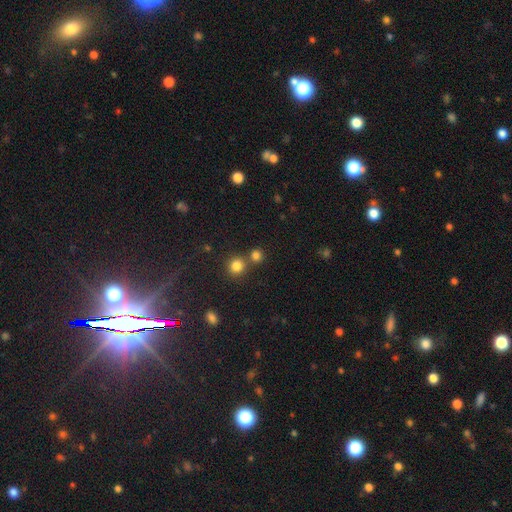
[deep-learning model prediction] Smooth or featured?
  - smooth: 78% *
  - star or artifact: 17%
  - featured or disk: 5%
How rounded?
  - round: 89% *
  - in between: 10%
  - cigar-shaped: 1%
Merging?
  - none: 64% *
  - merger: 27%
  - minor disturbance: 6%
  - major disturbance: 3%